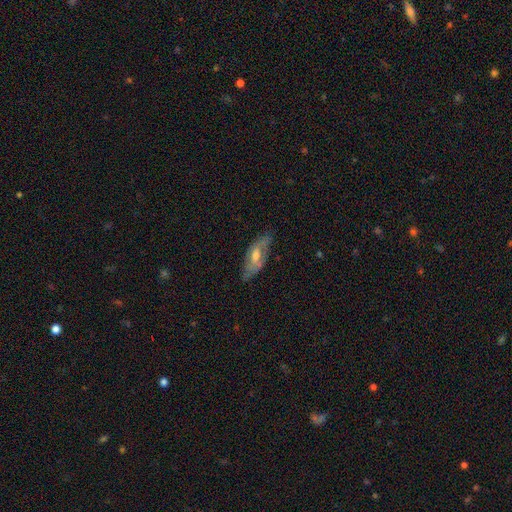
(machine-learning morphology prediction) type=featured or disk (62%); edge-on=no (76%); merging=none (71%).